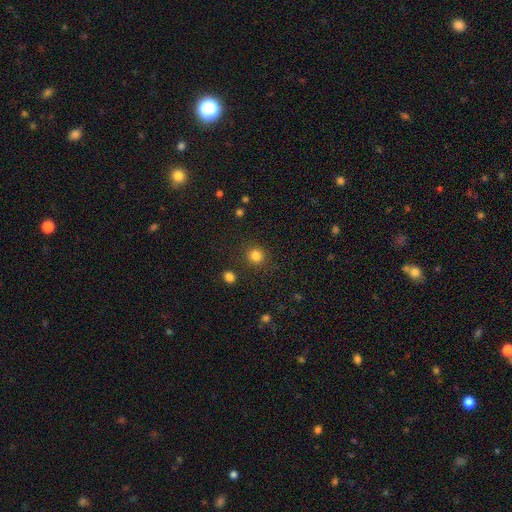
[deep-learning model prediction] This appears to be a smooth galaxy with no disk features (83%) that is round (91%). Merging: none (88%).